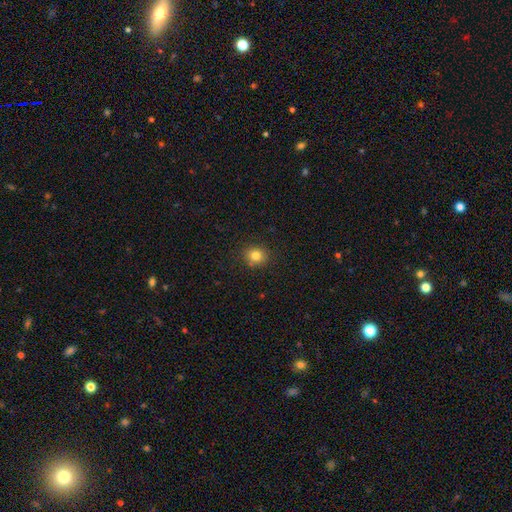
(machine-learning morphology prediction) Smooth or featured?
  - smooth: 81% *
  - star or artifact: 12%
  - featured or disk: 6%
How rounded?
  - round: 81% *
  - in between: 18%
  - cigar-shaped: 1%
Merging?
  - none: 88% *
  - minor disturbance: 8%
  - major disturbance: 2%
  - merger: 1%